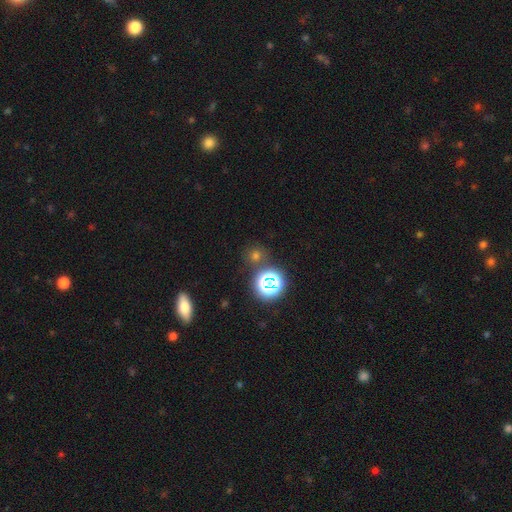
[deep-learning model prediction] smooth 58%, star or artifact 36%, featured or disk 6%. Down the decision tree: how rounded — round (88%); merging — none (78%).